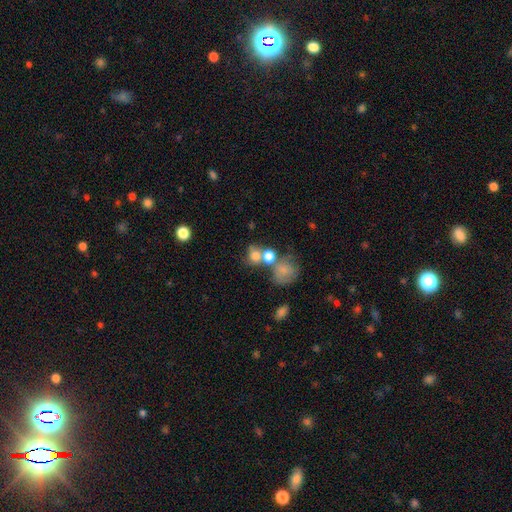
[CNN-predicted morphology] This is likely a smooth galaxy (73%). How rounded: likely round (69%). Merging: marginally merger (40%).